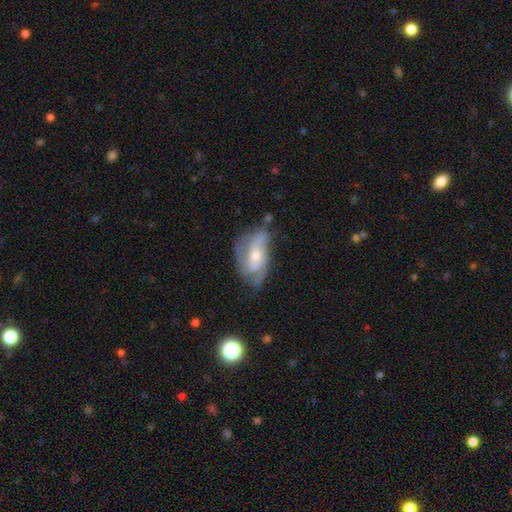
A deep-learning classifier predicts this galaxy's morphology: Smooth or featured? Predicted: featured or disk (p=0.73). Edge-on disk? Predicted: no (p=0.94). Bar? Predicted: no (p=0.63). Spiral arms? Predicted: yes (p=0.85). Spiral winding? Predicted: medium (p=0.44). Spiral arm count? Predicted: 2 (p=0.41). Bulge size? Predicted: small (p=0.48). Merging? Predicted: none (p=0.48).